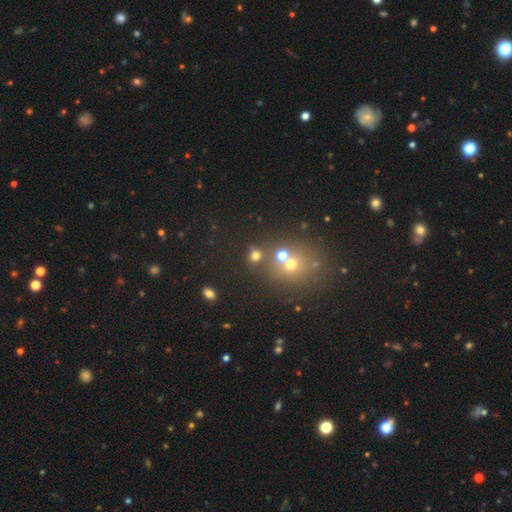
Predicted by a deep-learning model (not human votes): The model was most divided on "merging": none: 59%, merger: 24%, minor disturbance: 11%, major disturbance: 6%. More confident: how rounded — round (68%); smooth or featured — smooth (62%).